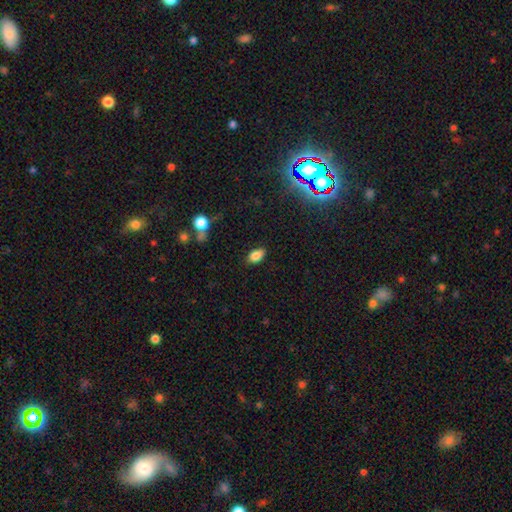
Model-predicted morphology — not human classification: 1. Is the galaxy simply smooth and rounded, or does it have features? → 82% smooth, 11% star or artifact, 7% featured or disk.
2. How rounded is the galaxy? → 89% in between, 7% round, 4% cigar-shaped.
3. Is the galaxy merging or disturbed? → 79% none, 15% minor disturbance, 3% major disturbance, 2% merger.